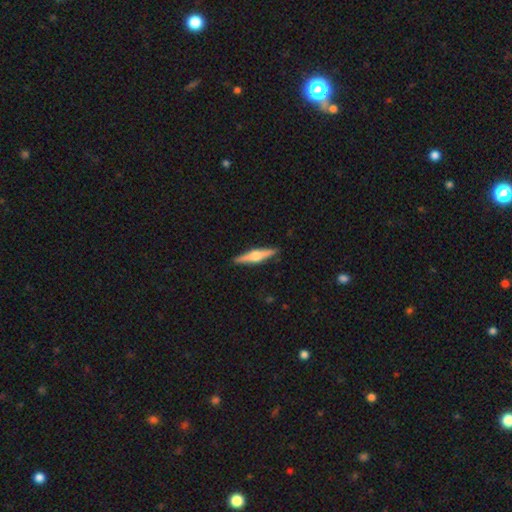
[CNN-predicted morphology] featured or disk 69%, smooth 26%, star or artifact 6%. Down the decision tree: edge-on disk — yes (98%); edge-on bulge — rounded (91%); merging — none (91%).